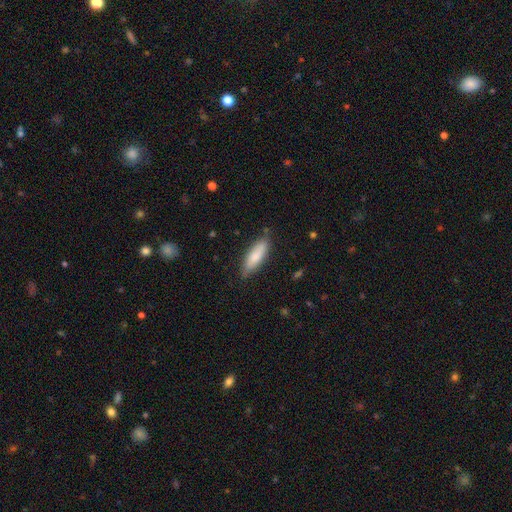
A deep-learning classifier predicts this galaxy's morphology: A smooth galaxy with no disk features (80%) that is cigar-shaped (51%).

Vote fractions:
- Smooth or featured? smooth: 80% / featured or disk: 15% / star or artifact: 6%
- How rounded? cigar-shaped: 51% / in between: 47% / round: 1%
- Merging? none: 80% / minor disturbance: 15% / major disturbance: 3% / merger: 2%